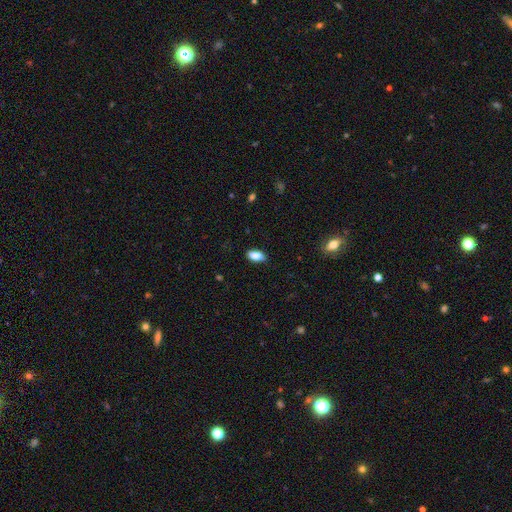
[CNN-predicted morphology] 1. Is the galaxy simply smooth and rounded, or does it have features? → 86% smooth, 8% star or artifact, 6% featured or disk.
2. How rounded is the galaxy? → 88% in between, 8% cigar-shaped, 4% round.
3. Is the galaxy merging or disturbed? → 83% none, 13% minor disturbance, 3% major disturbance, 1% merger.